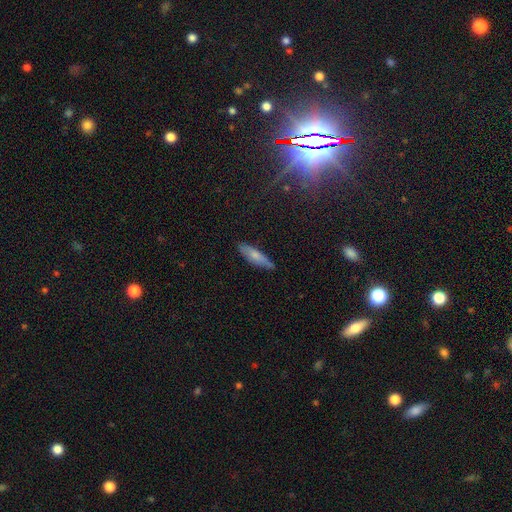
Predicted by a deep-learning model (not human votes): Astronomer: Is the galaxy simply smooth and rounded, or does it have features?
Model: smooth — 66%.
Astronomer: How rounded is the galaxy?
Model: cigar-shaped — 68%.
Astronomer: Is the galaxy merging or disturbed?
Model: none — 80%.